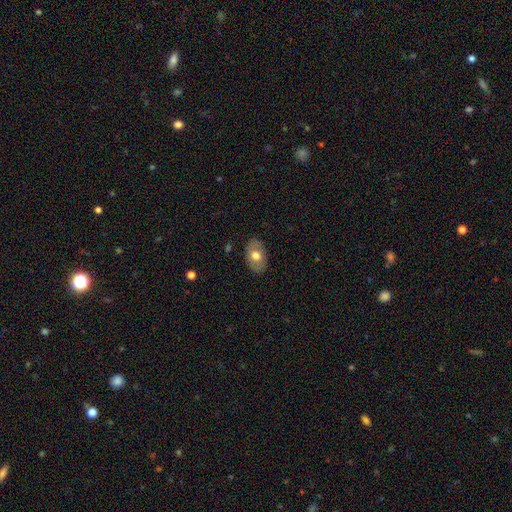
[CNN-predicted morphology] Smooth or featured? Predicted: smooth (p=0.63). How rounded? Predicted: in between (p=0.85). Merging? Predicted: none (p=0.83).